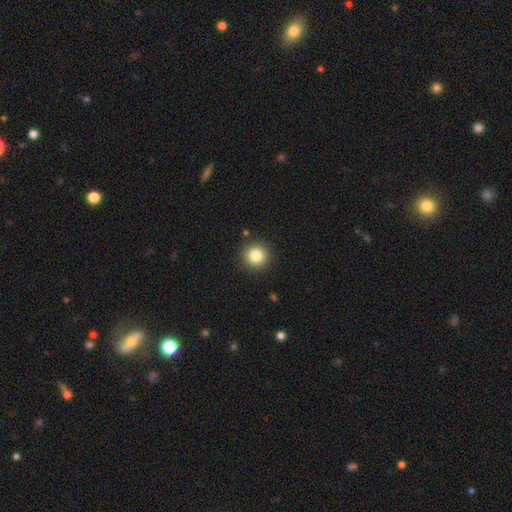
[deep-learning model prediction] A smooth galaxy with no disk features (83%) that is round (94%). Merging: none (91%).